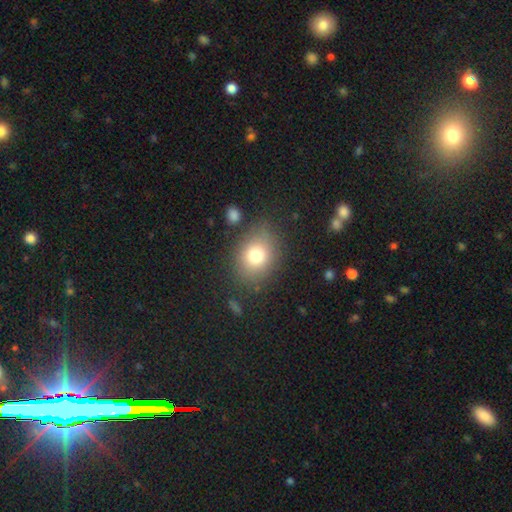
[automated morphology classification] The model was most divided on "how rounded": in between: 51%, round: 48%, cigar-shaped: 1%. More confident: merging — none (82%); smooth or featured — smooth (76%).